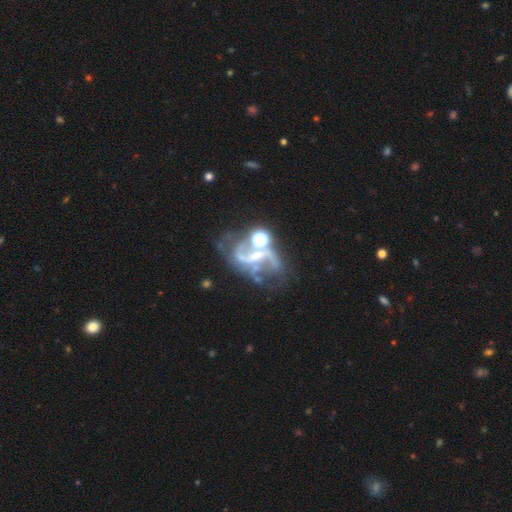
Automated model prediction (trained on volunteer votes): smooth_or_featured: featured or disk (p=0.75) [alt: star or artifact p=0.16]
disk_edge_on: no (p=0.96) [alt: yes p=0.04]
bar: weak (p=0.37) [alt: strong p=0.33]
has_spiral_arms: yes (p=0.77) [alt: no p=0.23]
spiral_winding: loose (p=0.54) [alt: medium p=0.35]
spiral_arm_count: 2 (p=0.75) [alt: can't tell p=0.12]
bulge_size: small (p=0.48) [alt: moderate p=0.26]
merging: none (p=0.39) [alt: major disturbance p=0.26]